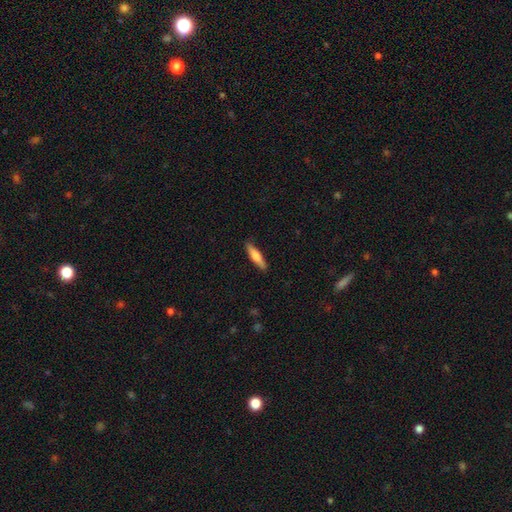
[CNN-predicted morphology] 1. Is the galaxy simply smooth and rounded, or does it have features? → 63% smooth, 31% featured or disk, 6% star or artifact.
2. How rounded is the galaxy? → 79% cigar-shaped, 19% in between, 2% round.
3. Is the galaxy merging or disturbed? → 87% none, 10% minor disturbance, 2% major disturbance, 1% merger.